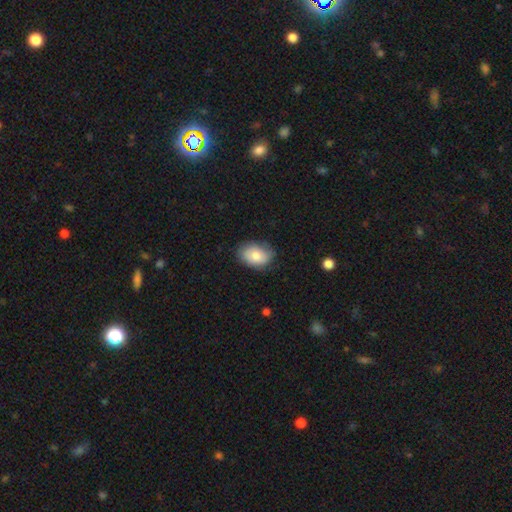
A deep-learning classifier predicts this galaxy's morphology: A smooth galaxy with no disk features (78%) that is in between round and cigar-shaped (81%).

Vote fractions:
- Smooth or featured? smooth: 78% / featured or disk: 15% / star or artifact: 7%
- How rounded? in between: 81% / round: 18% / cigar-shaped: 1%
- Merging? none: 73% / minor disturbance: 21% / major disturbance: 4% / merger: 1%